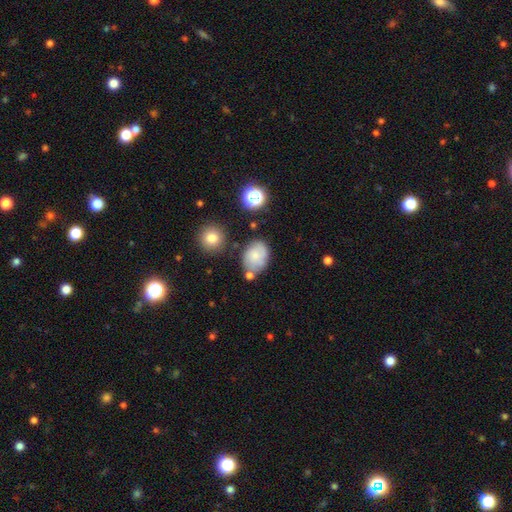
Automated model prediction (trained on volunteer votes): Overall: smooth (64%; featured or disk 25%). How rounded: in between (67%; round 32%). Merging: none (64%).